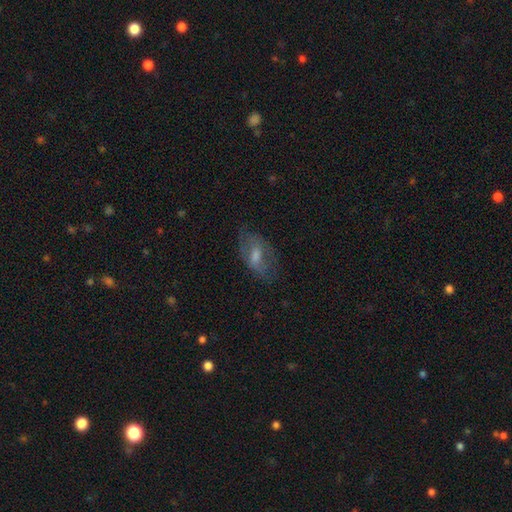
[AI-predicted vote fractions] This appears to be a smooth galaxy with no disk features (45%). Merging: none (65%).